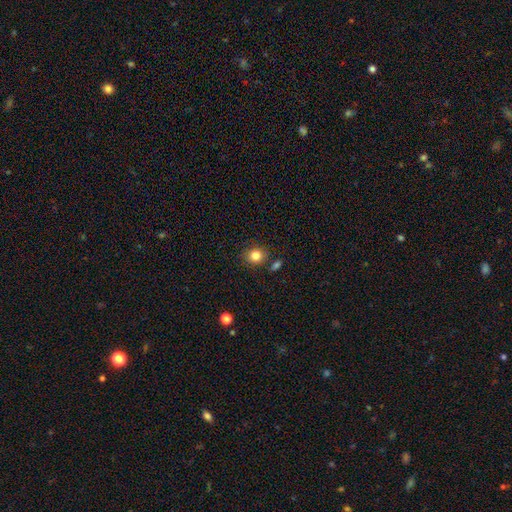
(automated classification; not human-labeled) The model was most divided on "how rounded": round: 74%, in between: 25%, cigar-shaped: 1%. More confident: smooth or featured — smooth (83%); merging — none (81%).